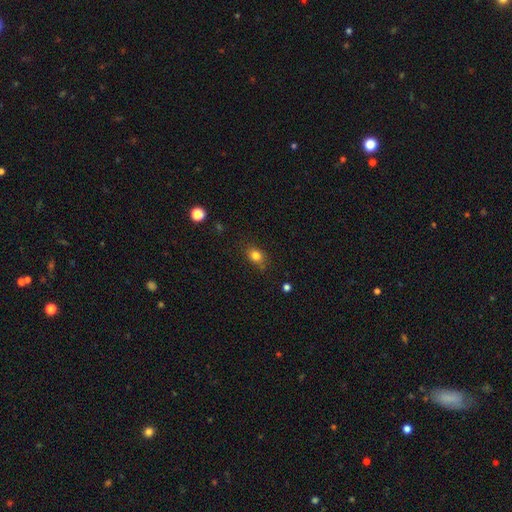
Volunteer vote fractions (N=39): Smooth or featured? 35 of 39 (90%) said smooth. How rounded? 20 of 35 (57%) said in between. Merging? 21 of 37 (57%) said none.